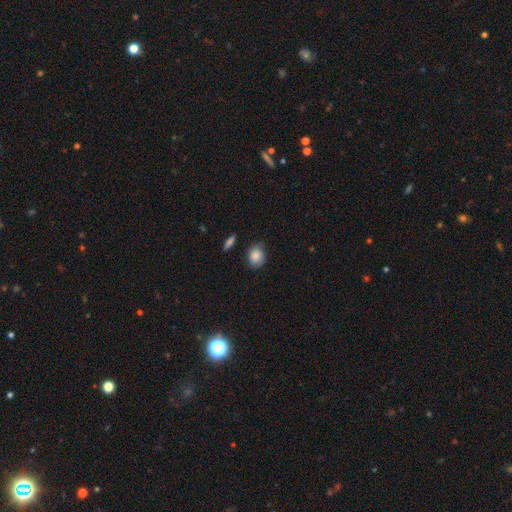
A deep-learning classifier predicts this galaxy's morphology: Smooth or featured?
  - smooth: 86% *
  - star or artifact: 8%
  - featured or disk: 6%
How rounded?
  - in between: 54% *
  - round: 45%
  - cigar-shaped: 1%
Merging?
  - none: 72% *
  - minor disturbance: 22%
  - major disturbance: 4%
  - merger: 2%